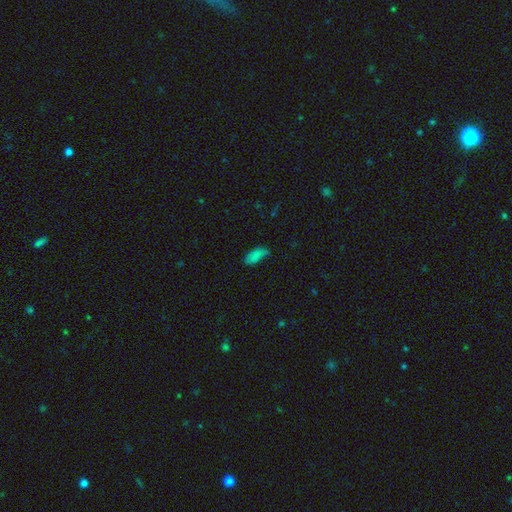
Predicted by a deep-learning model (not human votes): Morphology: type=smooth (80%); roundness=in between (84%); merging=none (50%).